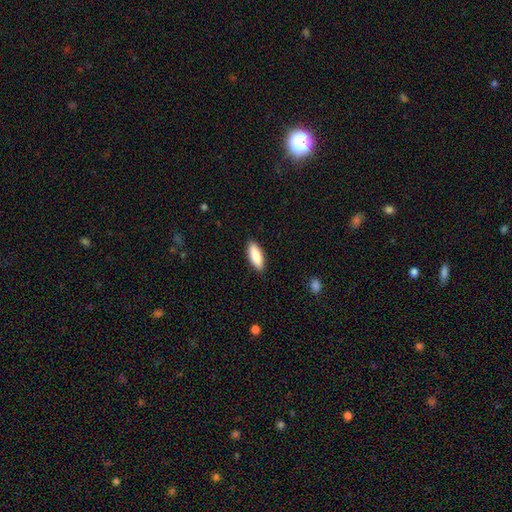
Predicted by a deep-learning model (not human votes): Smooth or featured?
  - smooth: 87% *
  - featured or disk: 8%
  - star or artifact: 5%
How rounded?
  - in between: 69% *
  - cigar-shaped: 29%
  - round: 2%
Merging?
  - none: 89% *
  - minor disturbance: 8%
  - major disturbance: 2%
  - merger: 1%